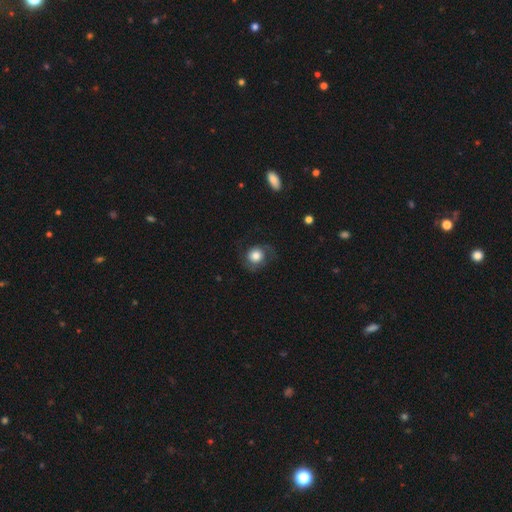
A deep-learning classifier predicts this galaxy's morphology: Q: Smooth or featured?
A: smooth (62%); runner-up: featured or disk (30%)
Q: How rounded?
A: round (79%); runner-up: in between (20%)
Q: Merging?
A: none (64%); runner-up: minor disturbance (19%)